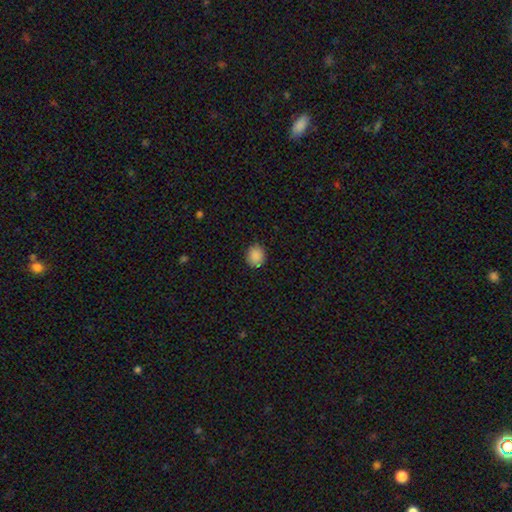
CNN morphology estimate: Smooth or featured?
  - smooth: 88% *
  - star or artifact: 9%
  - featured or disk: 3%
How rounded?
  - round: 72% *
  - in between: 27%
  - cigar-shaped: 1%
Merging?
  - none: 87% *
  - minor disturbance: 9%
  - major disturbance: 2%
  - merger: 1%